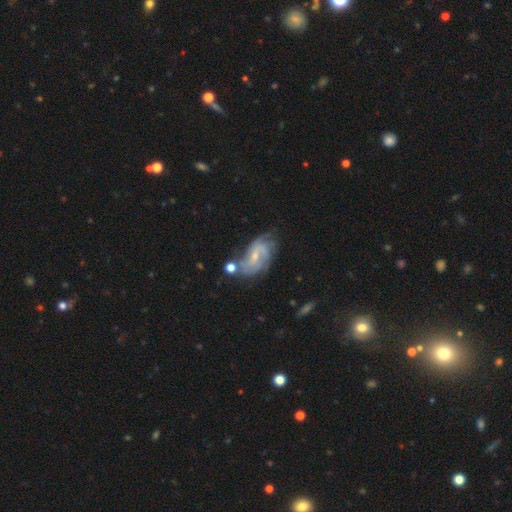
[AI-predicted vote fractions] smooth_or_featured: featured or disk (p=0.77) [alt: smooth p=0.15]
disk_edge_on: no (p=0.96) [alt: yes p=0.04]
bar: weak (p=0.47) [alt: no p=0.40]
has_spiral_arms: yes (p=0.91) [alt: no p=0.09]
spiral_winding: medium (p=0.41) [alt: tight p=0.38]
spiral_arm_count: can't tell (p=0.33) [alt: 2 p=0.29]
bulge_size: small (p=0.65) [alt: moderate p=0.28]
merging: none (p=0.49) [alt: minor disturbance p=0.24]